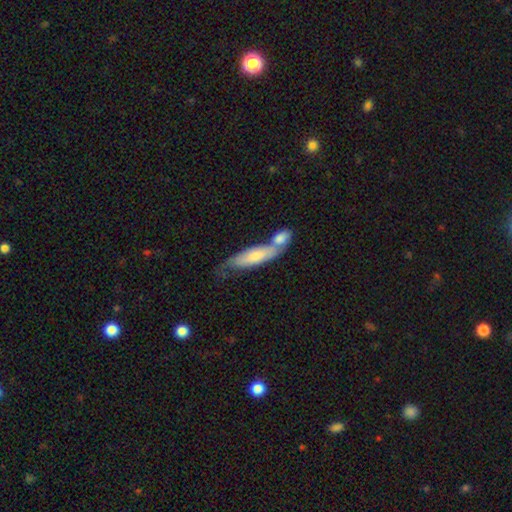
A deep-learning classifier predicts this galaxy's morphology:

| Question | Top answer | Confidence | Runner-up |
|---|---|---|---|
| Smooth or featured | smooth | 66% | featured or disk (29%) |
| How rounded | cigar-shaped | 51% | in between (47%) |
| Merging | merger | 53% | none (29%) |